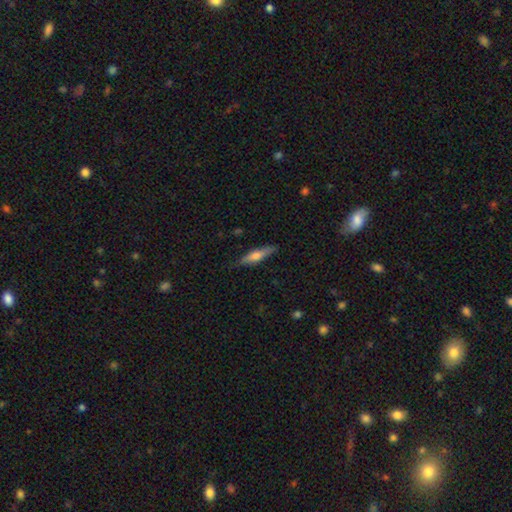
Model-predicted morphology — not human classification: smooth_or_featured: smooth (p=0.59) [alt: featured or disk p=0.36]
how_rounded: cigar-shaped (p=0.75) [alt: in between p=0.23]
merging: none (p=0.84) [alt: minor disturbance p=0.13]